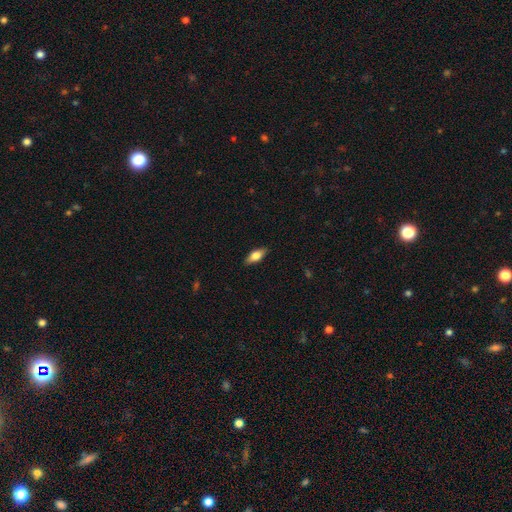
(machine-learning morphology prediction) The model was most divided on "smooth or featured": smooth: 69%, featured or disk: 25%, star or artifact: 6%. More confident: merging — none (88%); how rounded — in between (77%).